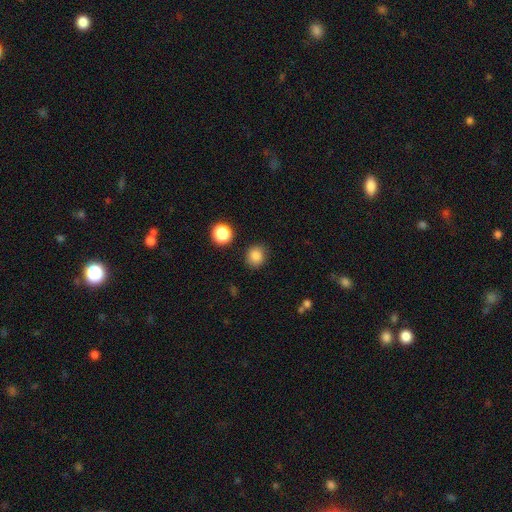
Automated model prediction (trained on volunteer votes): Morphology: type=smooth (85%); roundness=round (83%); merging=none (86%).